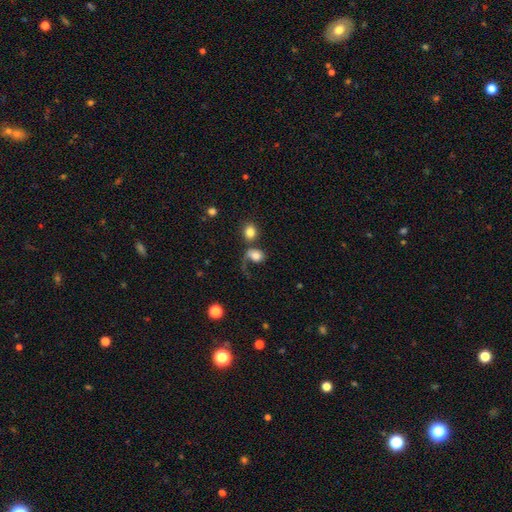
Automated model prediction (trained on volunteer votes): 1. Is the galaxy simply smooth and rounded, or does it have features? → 67% smooth, 23% featured or disk, 10% star or artifact.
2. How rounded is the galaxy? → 56% in between, 42% round, 2% cigar-shaped.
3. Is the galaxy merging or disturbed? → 33% major disturbance, 27% merger, 26% none, 13% minor disturbance.